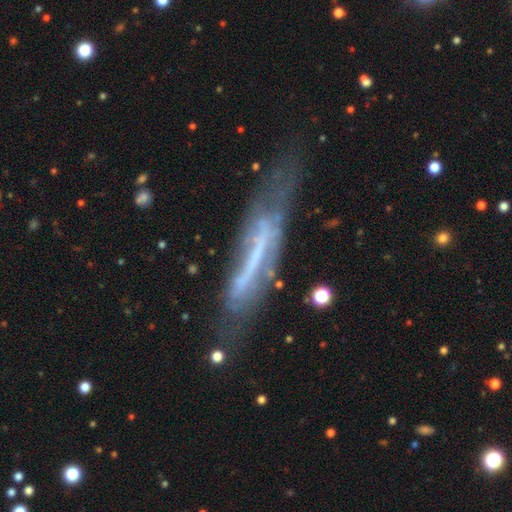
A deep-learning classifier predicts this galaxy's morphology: featured or disk 65%, smooth 25%, star or artifact 10%. Down the decision tree: edge-on disk — yes (64%); merging — none (52%).